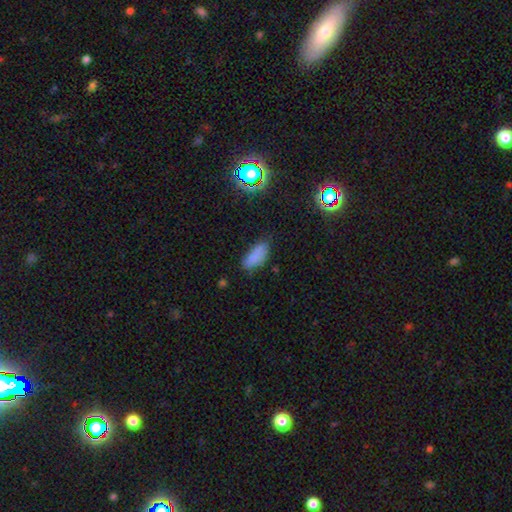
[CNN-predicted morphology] type=smooth (79%); roundness=in between (86%); merging=none (67%).